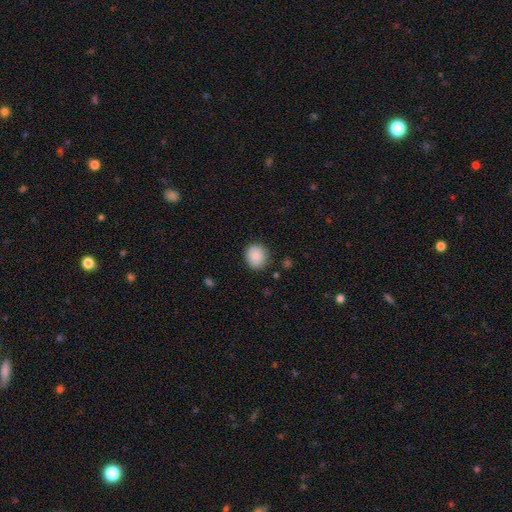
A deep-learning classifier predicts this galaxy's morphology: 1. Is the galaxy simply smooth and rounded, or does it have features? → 86% smooth, 8% star or artifact, 6% featured or disk.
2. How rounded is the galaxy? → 81% round, 18% in between, 1% cigar-shaped.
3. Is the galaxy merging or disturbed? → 85% none, 11% minor disturbance, 3% major disturbance, 1% merger.